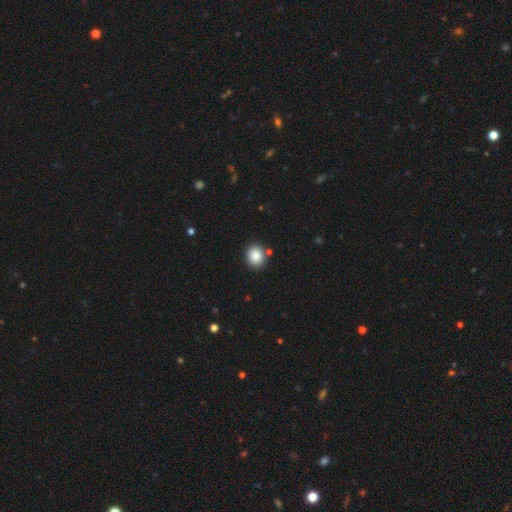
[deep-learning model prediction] smooth 87%, star or artifact 9%, featured or disk 4%. Down the decision tree: how rounded — round (67%); merging — none (84%).